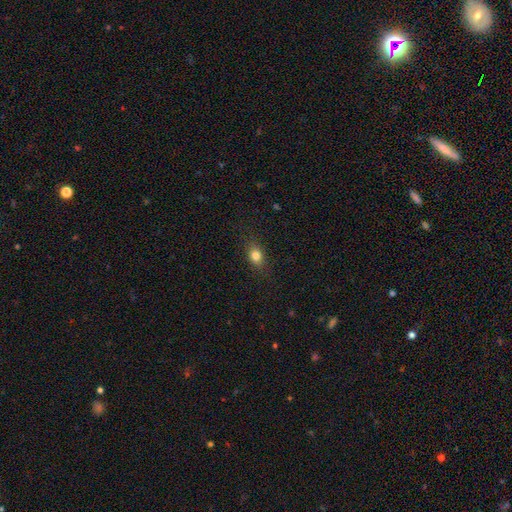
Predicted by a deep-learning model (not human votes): This appears to be a smooth galaxy with no disk features (81%) that is in between round and cigar-shaped (62%). Merging: none (84%).